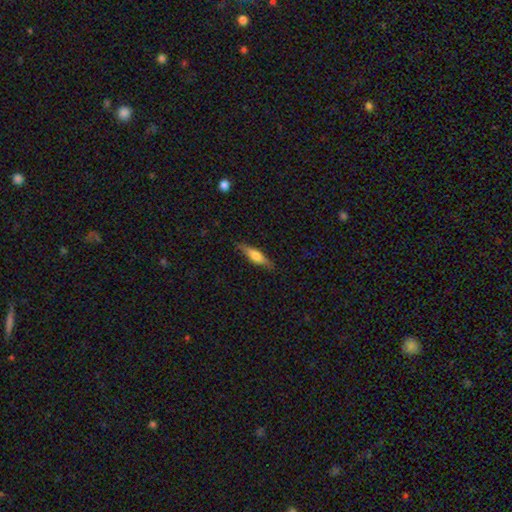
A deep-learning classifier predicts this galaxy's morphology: A smooth galaxy with no disk features (50%) that is cigar-shaped (70%). Merging: none (85%).